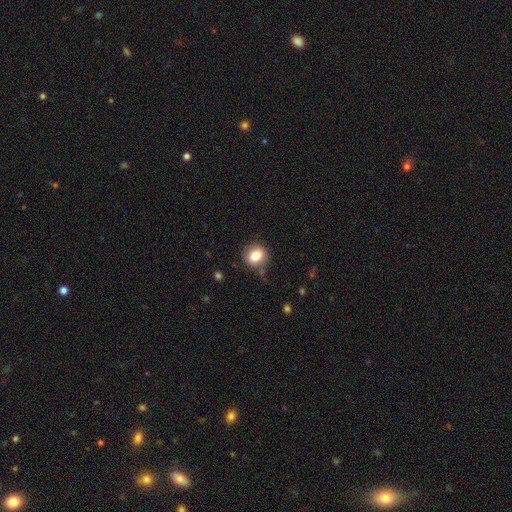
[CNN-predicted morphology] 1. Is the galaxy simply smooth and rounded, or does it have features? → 84% smooth, 9% star or artifact, 7% featured or disk.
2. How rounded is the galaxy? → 53% round, 46% in between, 1% cigar-shaped.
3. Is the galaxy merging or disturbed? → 72% none, 20% minor disturbance, 6% major disturbance, 3% merger.